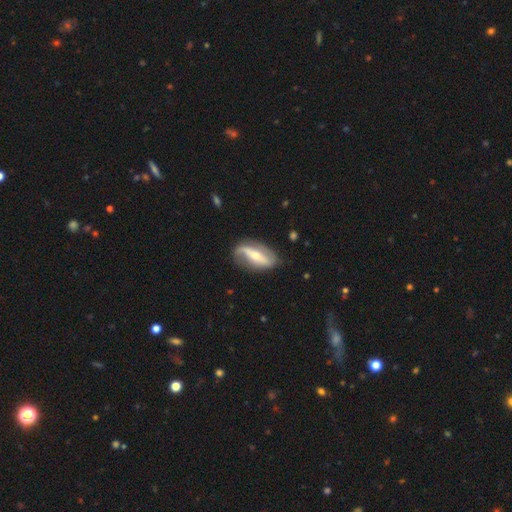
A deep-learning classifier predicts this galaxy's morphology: type=featured or disk (80%); edge-on=no (89%); bar=strong (59%); spiral arms=yes (87%); winding=loose (62%); arm count=2 (84%); bulge=moderate (51%); merging=none (76%).